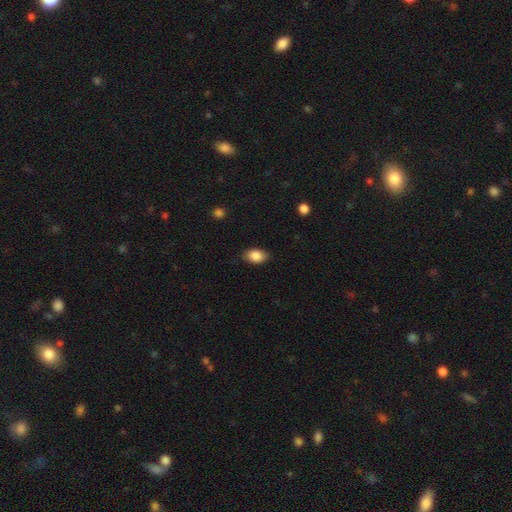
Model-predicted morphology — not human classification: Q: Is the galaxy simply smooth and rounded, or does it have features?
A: smooth — 86%.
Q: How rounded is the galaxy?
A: in between — 87%.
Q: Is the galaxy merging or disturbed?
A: none — 83%.